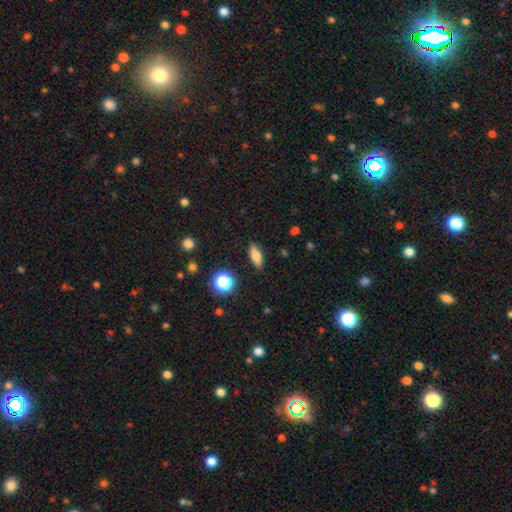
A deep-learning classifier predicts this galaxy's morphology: smooth-or-featured: smooth: 74% | featured or disk: 15% | star or artifact: 10%
  how-rounded: in between: 66% | cigar-shaped: 28% | round: 6%
  merging: none: 87% | minor disturbance: 9% | major disturbance: 2% | merger: 2%